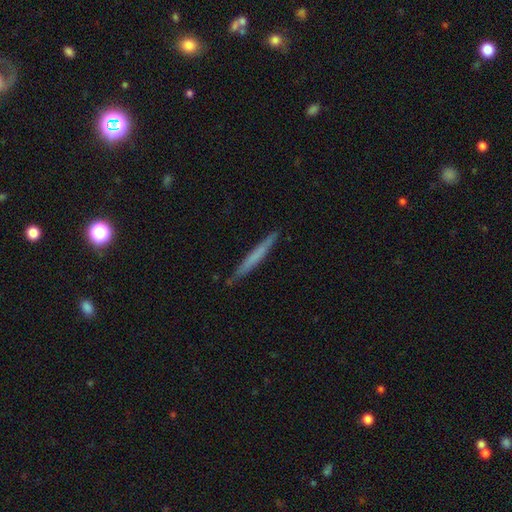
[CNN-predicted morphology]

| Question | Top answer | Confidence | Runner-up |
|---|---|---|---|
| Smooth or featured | smooth | 58% | featured or disk (36%) |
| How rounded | cigar-shaped | 97% | in between (2%) |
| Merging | none | 89% | minor disturbance (9%) |